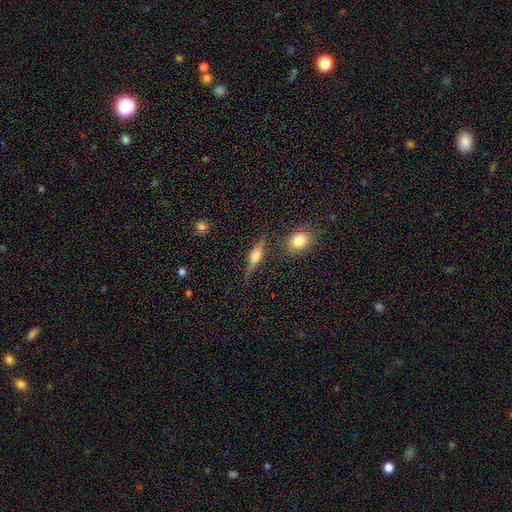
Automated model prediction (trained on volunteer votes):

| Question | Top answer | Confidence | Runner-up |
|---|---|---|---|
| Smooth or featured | featured or disk | 72% | smooth (19%) |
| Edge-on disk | yes | 95% | no (5%) |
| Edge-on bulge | rounded | 89% | boxy (9%) |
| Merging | none | 82% | minor disturbance (11%) |